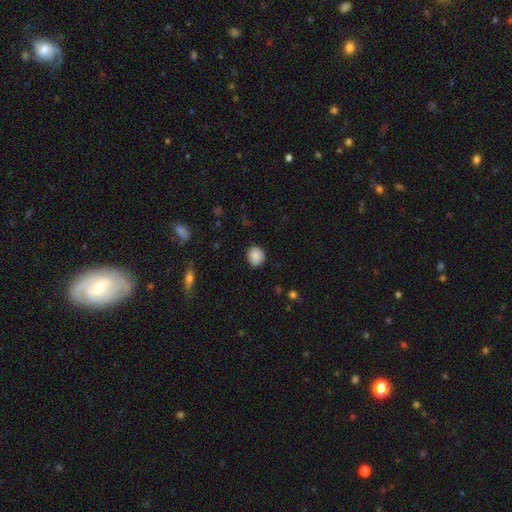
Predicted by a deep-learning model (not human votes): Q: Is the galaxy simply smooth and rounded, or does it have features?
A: smooth — 86%.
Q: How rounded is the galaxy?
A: round — 76%.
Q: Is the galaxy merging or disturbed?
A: none — 84%.